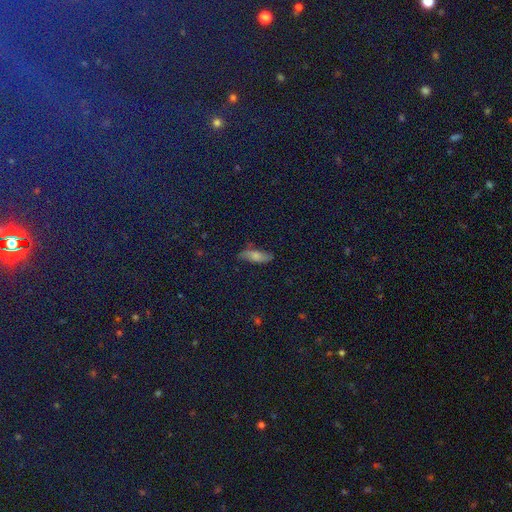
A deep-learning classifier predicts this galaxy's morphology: smooth 62%, featured or disk 24%, star or artifact 14%. Down the decision tree: how rounded — in between (64%); merging — none (75%).